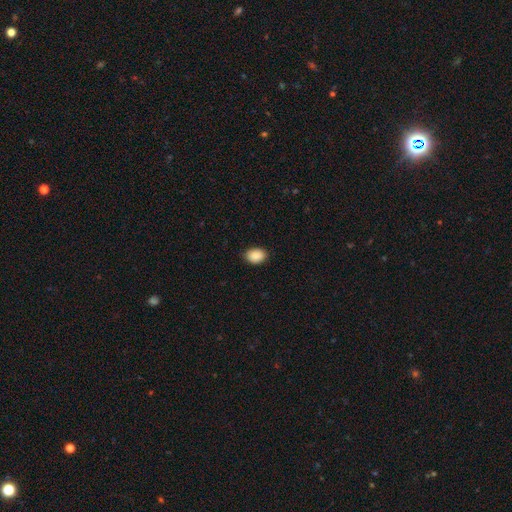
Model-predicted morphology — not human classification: The model was most divided on "how rounded": in between: 78%, round: 21%, cigar-shaped: 1%. More confident: smooth or featured — smooth (90%); merging — none (88%).